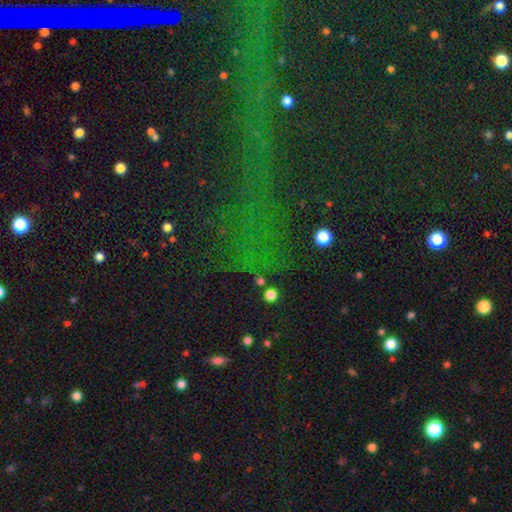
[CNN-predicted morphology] Smooth or featured: star or artifact — 73% (smooth — 16%)